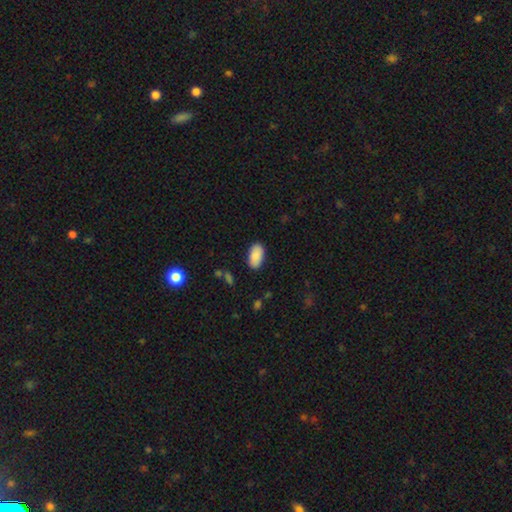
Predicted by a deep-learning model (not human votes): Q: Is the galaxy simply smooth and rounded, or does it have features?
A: smooth — 88%.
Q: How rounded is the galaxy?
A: in between — 95%.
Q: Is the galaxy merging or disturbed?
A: none — 87%.